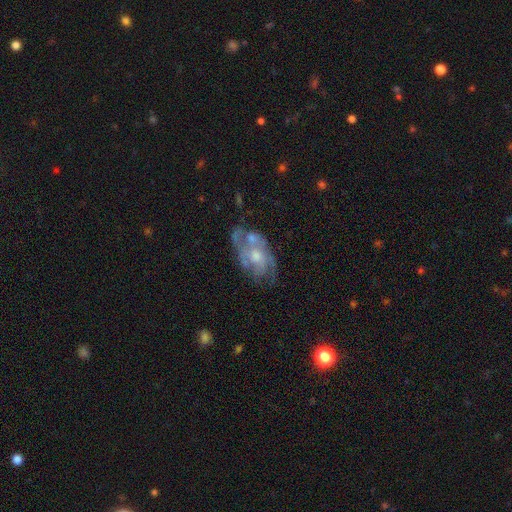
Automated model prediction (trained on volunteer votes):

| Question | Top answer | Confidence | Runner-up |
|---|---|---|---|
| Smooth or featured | featured or disk | 77% | smooth (17%) |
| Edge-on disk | no | 96% | yes (4%) |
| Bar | no | 76% | weak (21%) |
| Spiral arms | yes | 78% | no (22%) |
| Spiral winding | medium | 42% | tight (40%) |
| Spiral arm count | can't tell | 40% | 2 (24%) |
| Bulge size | moderate | 56% | small (30%) |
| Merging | none | 49% | minor disturbance (23%) |